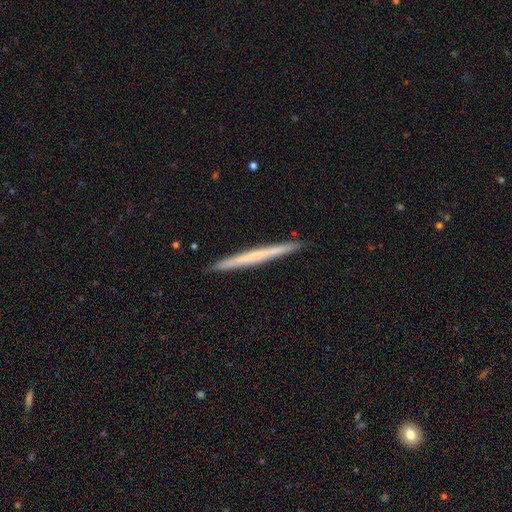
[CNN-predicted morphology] A smooth galaxy with no disk features (49%).

Vote fractions:
- Smooth or featured? smooth: 49% / featured or disk: 46% / star or artifact: 6%
- Merging? none: 93% / minor disturbance: 5% / major disturbance: 1% / merger: 1%